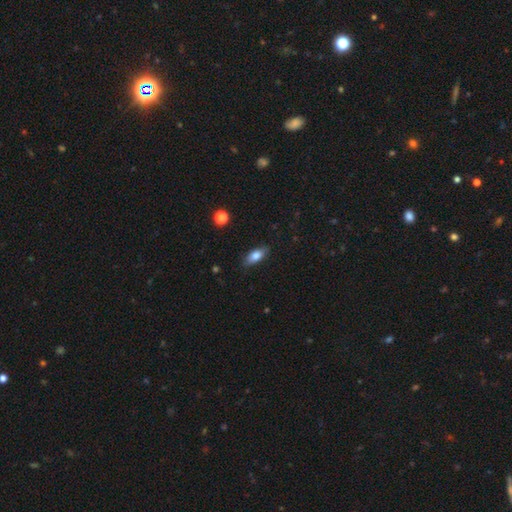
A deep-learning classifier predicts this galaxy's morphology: Overall: smooth (78%). How rounded: in between (82%). Merging: none (83%).